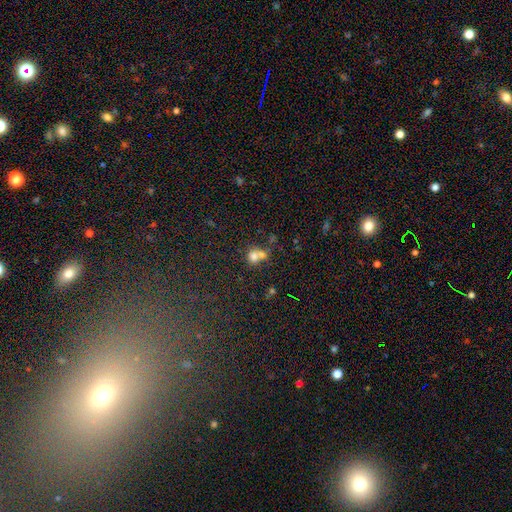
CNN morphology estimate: Q: Smooth or featured?
A: smooth (70%); runner-up: featured or disk (15%)
Q: How rounded?
A: round (72%); runner-up: in between (27%)
Q: Merging?
A: merger (60%); runner-up: none (29%)